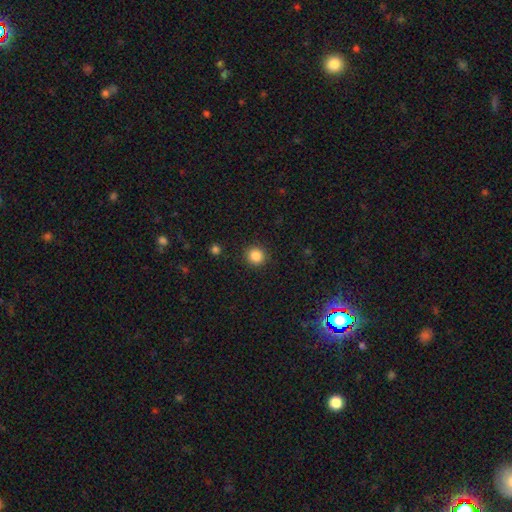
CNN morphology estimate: type=smooth (85%); roundness=round (93%); merging=none (91%).